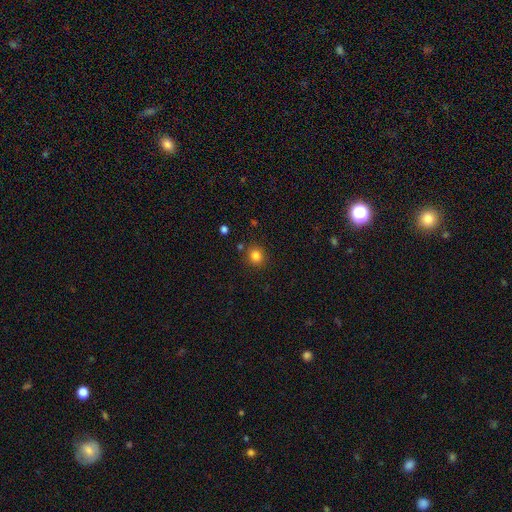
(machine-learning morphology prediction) Smooth or featured? Predicted: smooth (p=0.83). How rounded? Predicted: round (p=0.86). Merging? Predicted: none (p=0.85).